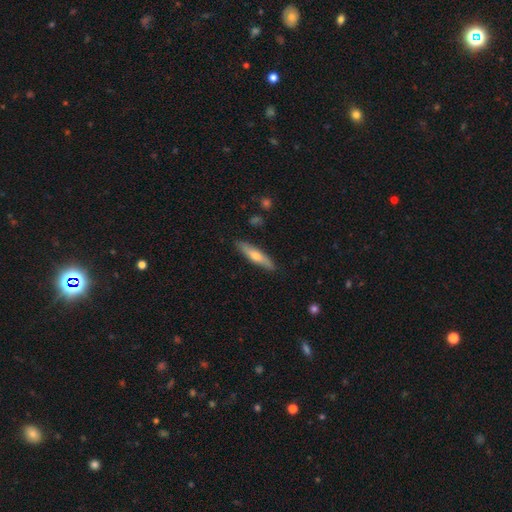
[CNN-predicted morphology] Smooth or featured? smooth (57%)
How rounded? cigar-shaped (81%)
Merging? none (87%)